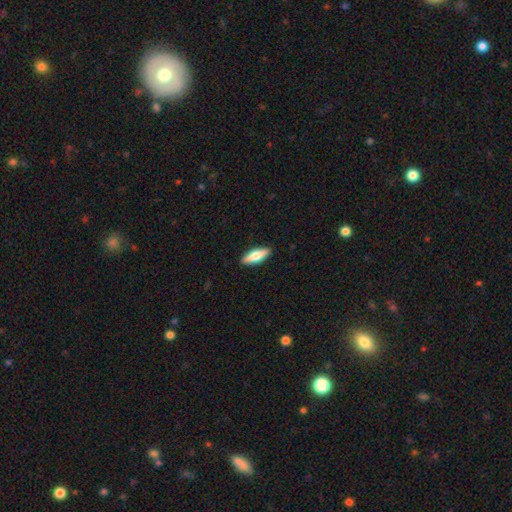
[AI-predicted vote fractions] This appears to be a smooth galaxy with no disk features (58%) that is in between round and cigar-shaped (51%). Merging: none (90%).